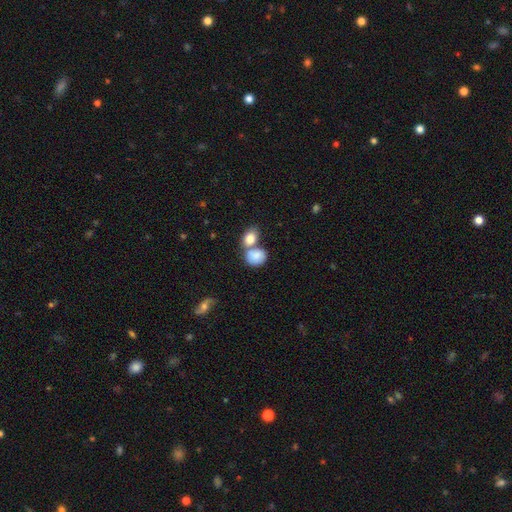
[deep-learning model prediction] smooth_or_featured: smooth (p=0.83) [alt: featured or disk p=0.10]
how_rounded: in between (p=0.52) [alt: round p=0.46]
merging: merger (p=0.53) [alt: none p=0.32]